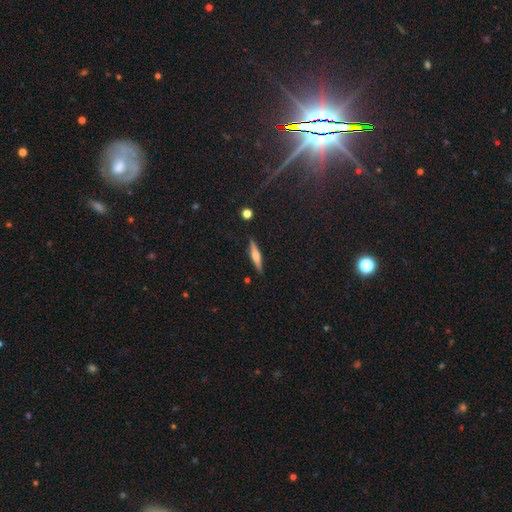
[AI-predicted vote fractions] Q: Smooth or featured?
A: featured or disk (55%); runner-up: smooth (38%)
Q: Edge-on disk?
A: yes (96%); runner-up: no (4%)
Q: Edge-on bulge?
A: rounded (77%); runner-up: boxy (14%)
Q: Merging?
A: none (88%); runner-up: minor disturbance (8%)